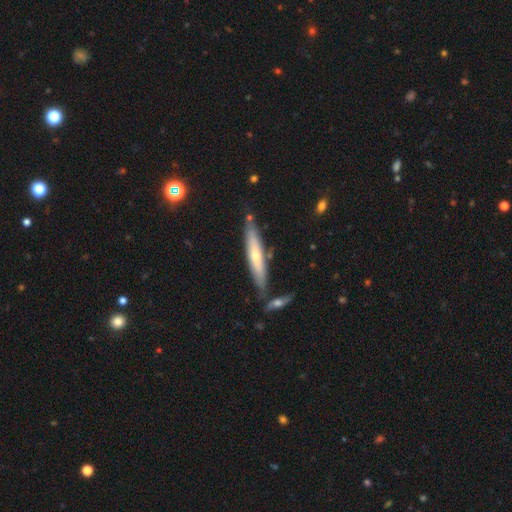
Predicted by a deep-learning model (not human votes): This appears to be a smooth galaxy with no disk features (47%, tied with featured or disk). Merging: none (77%).